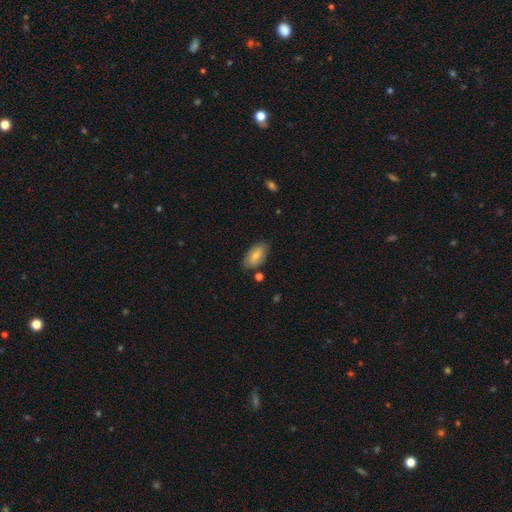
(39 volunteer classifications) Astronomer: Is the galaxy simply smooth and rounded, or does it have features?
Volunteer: smooth — 82%.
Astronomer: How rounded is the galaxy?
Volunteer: in between — 97%.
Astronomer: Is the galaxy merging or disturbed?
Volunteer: none — 60% (runner-up: minor disturbance, 37%).